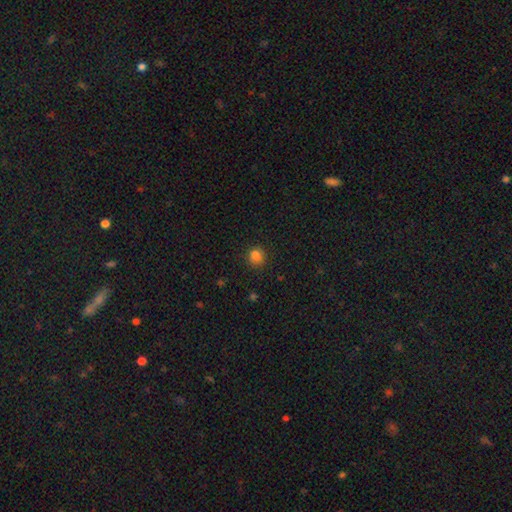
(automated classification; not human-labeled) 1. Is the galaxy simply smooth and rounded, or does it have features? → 82% smooth, 14% star or artifact, 4% featured or disk.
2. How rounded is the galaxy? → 83% round, 16% in between, 1% cigar-shaped.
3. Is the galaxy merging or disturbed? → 83% none, 11% minor disturbance, 3% major disturbance, 3% merger.